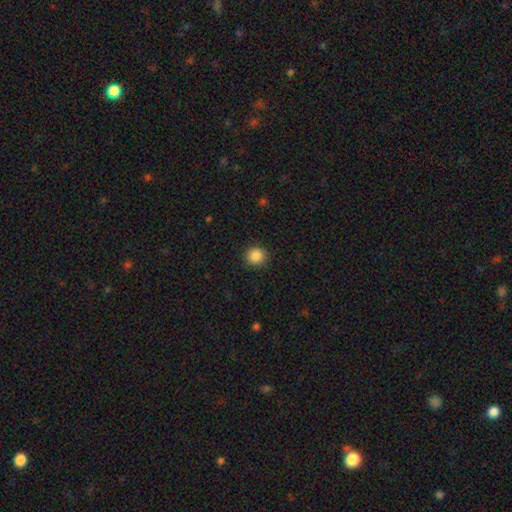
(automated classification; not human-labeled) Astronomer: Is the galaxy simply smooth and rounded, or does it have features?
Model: smooth — 87%.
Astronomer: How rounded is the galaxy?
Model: round — 93%.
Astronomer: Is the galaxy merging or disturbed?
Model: none — 91%.